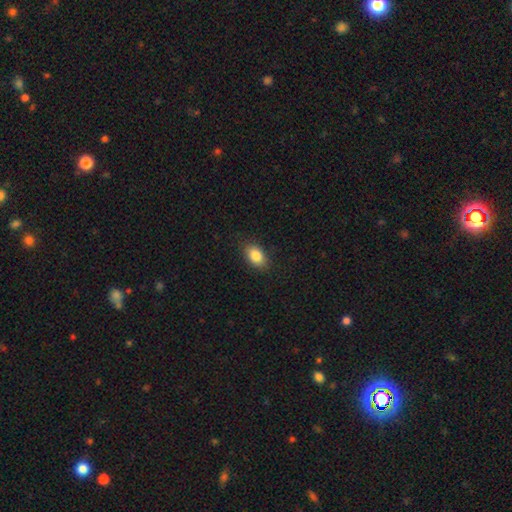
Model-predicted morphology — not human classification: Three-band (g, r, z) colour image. It shows a smooth galaxy with no disk features (85%) that is in between round and cigar-shaped (87%). Merging: none (86%).